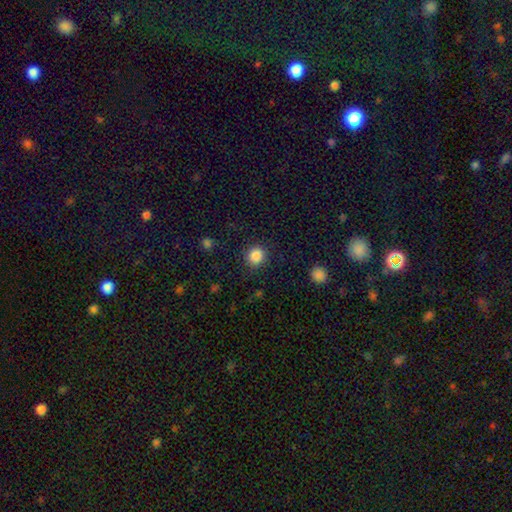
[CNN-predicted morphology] smooth-or-featured: smooth: 87% | star or artifact: 10% | featured or disk: 3%
  how-rounded: round: 89% | in between: 10% | cigar-shaped: 1%
  merging: none: 88% | minor disturbance: 8% | major disturbance: 3% | merger: 1%